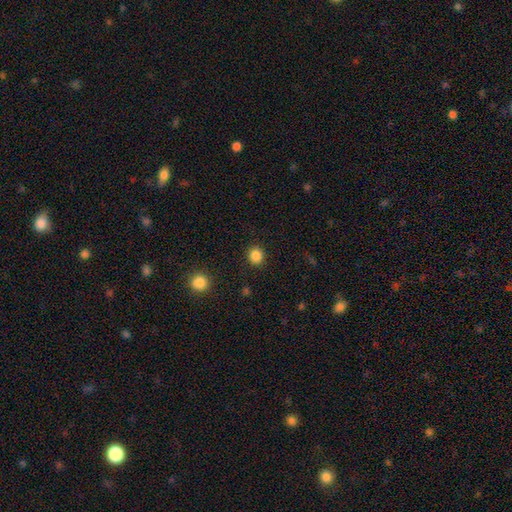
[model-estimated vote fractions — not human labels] smooth 86%, star or artifact 11%, featured or disk 3%. Down the decision tree: how rounded — round (86%); merging — none (91%).